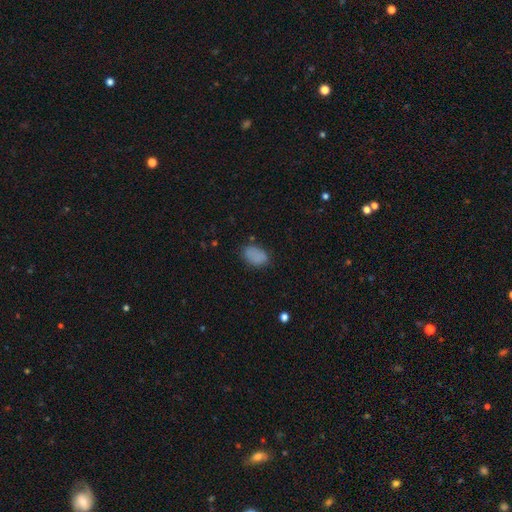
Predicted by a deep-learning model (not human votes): Smooth or featured?
  - smooth: 84% *
  - star or artifact: 10%
  - featured or disk: 6%
How rounded?
  - in between: 87% *
  - round: 12%
  - cigar-shaped: 1%
Merging?
  - none: 73% *
  - minor disturbance: 19%
  - major disturbance: 5%
  - merger: 2%